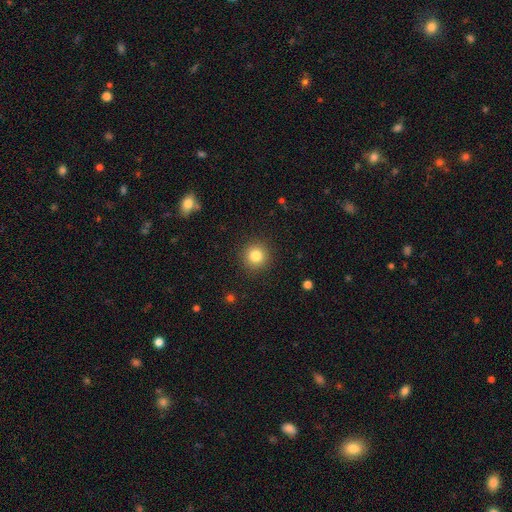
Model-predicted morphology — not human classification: smooth-or-featured: smooth: 82% | star or artifact: 11% | featured or disk: 7%
  how-rounded: round: 95% | in between: 4% | cigar-shaped: 1%
  merging: none: 91% | minor disturbance: 6% | major disturbance: 2% | merger: 1%